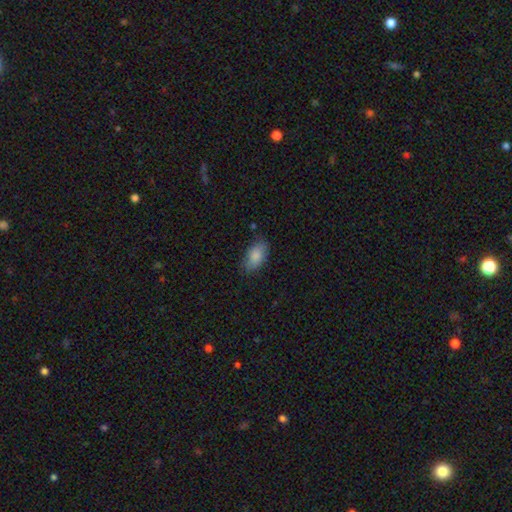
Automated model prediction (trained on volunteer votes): Overall: smooth (85%). How rounded: in between (92%). Merging: none (76%).